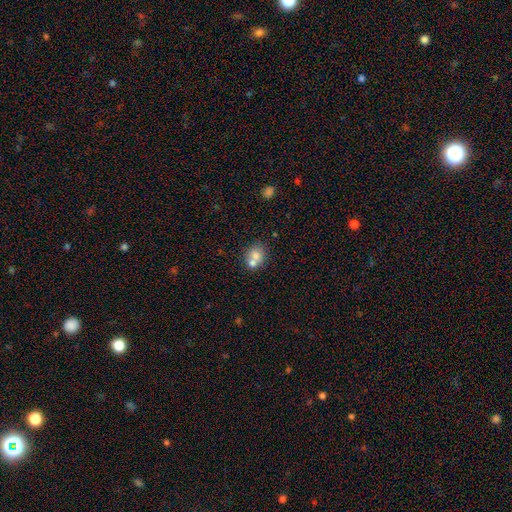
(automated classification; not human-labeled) This is likely a smooth galaxy (71%). How rounded: likely round (64%). Merging: possibly merger (47%).